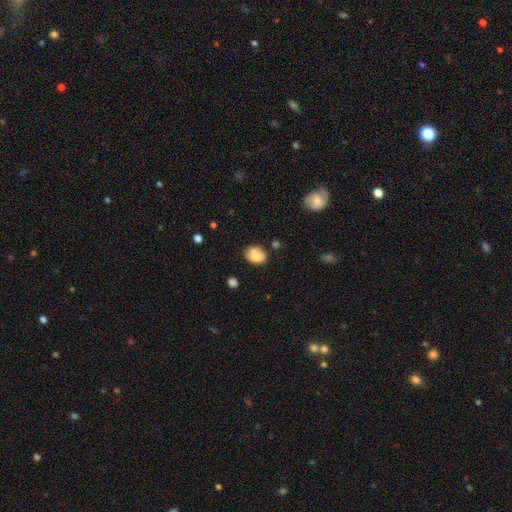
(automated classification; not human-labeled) smooth_or_featured: smooth (p=0.74) [alt: featured or disk p=0.17]
how_rounded: in between (p=0.67) [alt: round p=0.32]
merging: none (p=0.58) [alt: minor disturbance p=0.23]